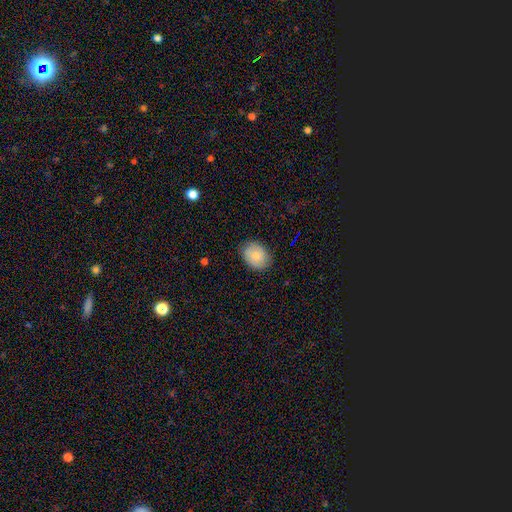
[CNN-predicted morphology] This appears to be a smooth galaxy with no disk features (69%) that is in between round and cigar-shaped (63%). Merging: none (82%).